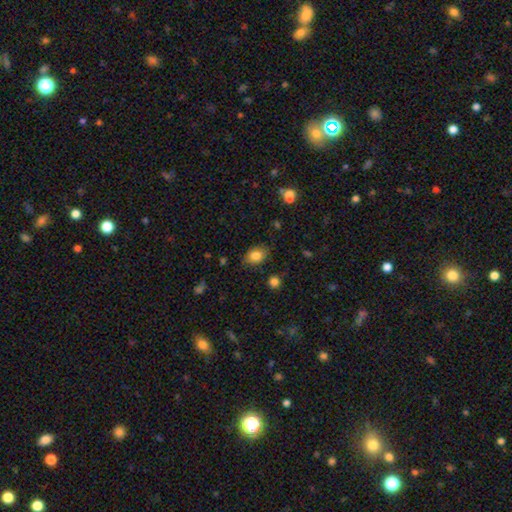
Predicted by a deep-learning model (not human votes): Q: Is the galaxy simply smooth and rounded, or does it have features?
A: smooth — 83%.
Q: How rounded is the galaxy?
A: in between — 68%.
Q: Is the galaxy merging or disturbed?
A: none — 78%.